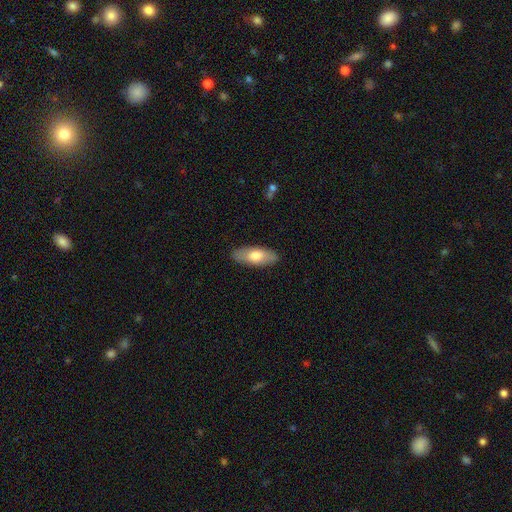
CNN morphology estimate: type=smooth (70%); roundness=in between (79%); merging=none (87%).